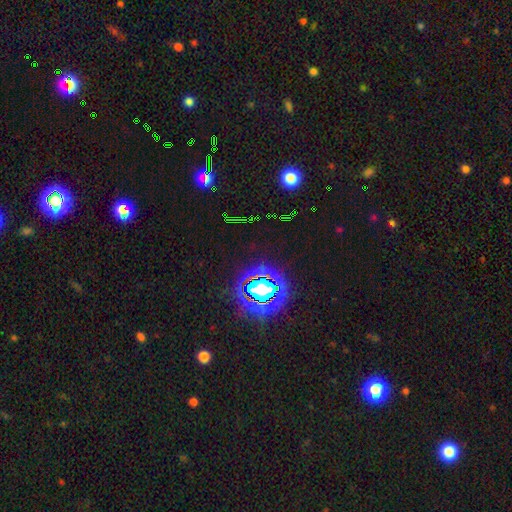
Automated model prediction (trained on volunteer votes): Q: Smooth or featured?
A: star or artifact (80%); runner-up: smooth (12%)